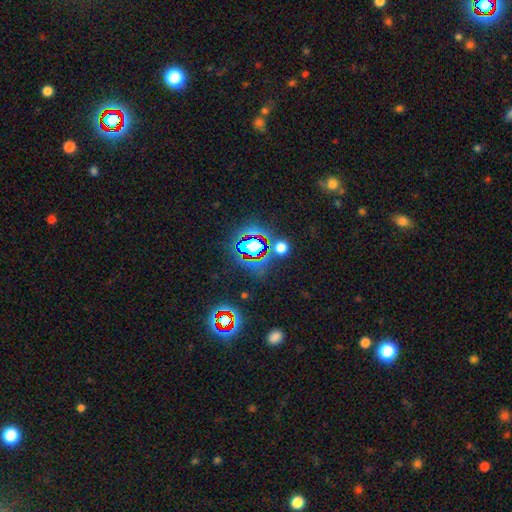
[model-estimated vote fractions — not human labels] Morphology: type=star or artifact (79%).